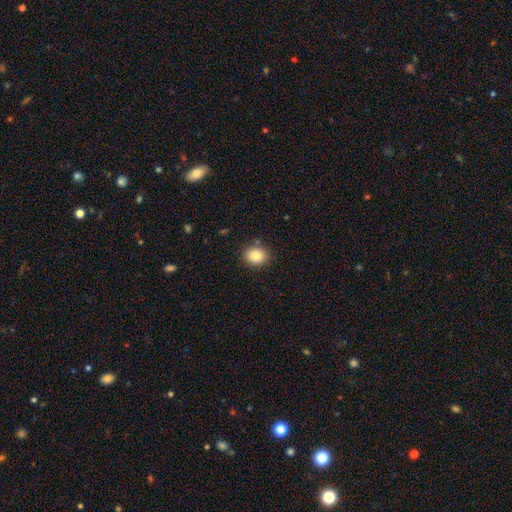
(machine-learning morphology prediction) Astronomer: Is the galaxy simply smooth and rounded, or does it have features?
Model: smooth — 85%.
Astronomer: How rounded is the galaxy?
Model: round — 60% (runner-up: in between, 39%).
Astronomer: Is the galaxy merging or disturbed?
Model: none — 85%.